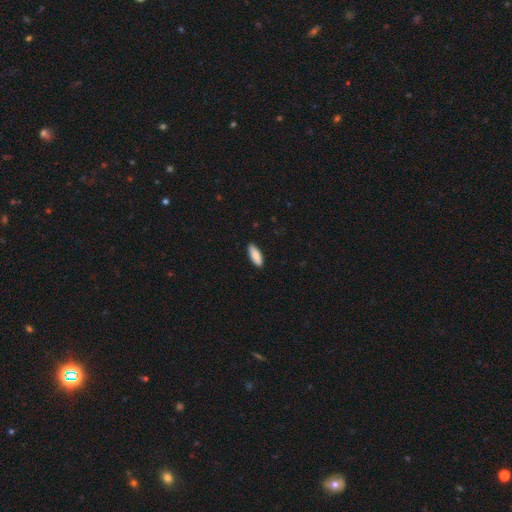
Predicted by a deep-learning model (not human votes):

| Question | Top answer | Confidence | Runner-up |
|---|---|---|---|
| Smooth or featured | smooth | 89% | featured or disk (6%) |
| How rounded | in between | 69% | cigar-shaped (30%) |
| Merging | none | 89% | minor disturbance (8%) |